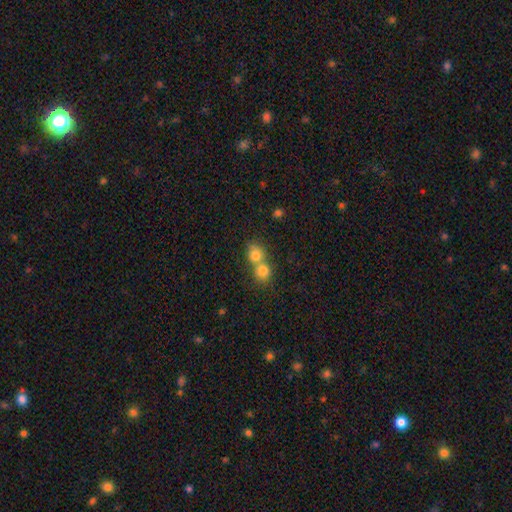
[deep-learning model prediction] smooth-or-featured: smooth: 79% | star or artifact: 11% | featured or disk: 10%
  how-rounded: round: 73% | in between: 25% | cigar-shaped: 1%
  merging: merger: 62% | none: 30% | minor disturbance: 5% | major disturbance: 3%